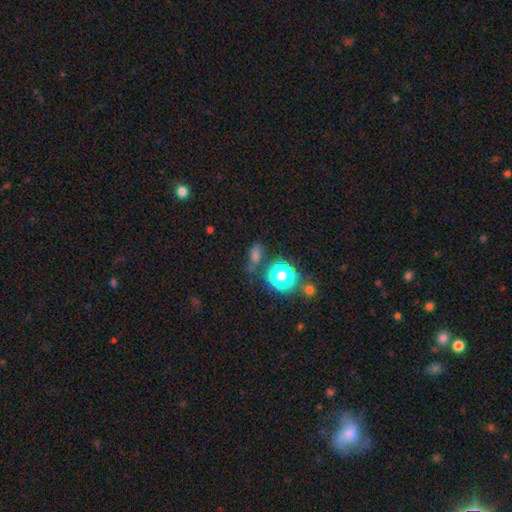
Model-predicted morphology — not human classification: Smooth or featured: smooth — 60% (star or artifact — 29%)
How rounded: in between — 50% (round — 42%)
Merging: none — 66% (minor disturbance — 16%)